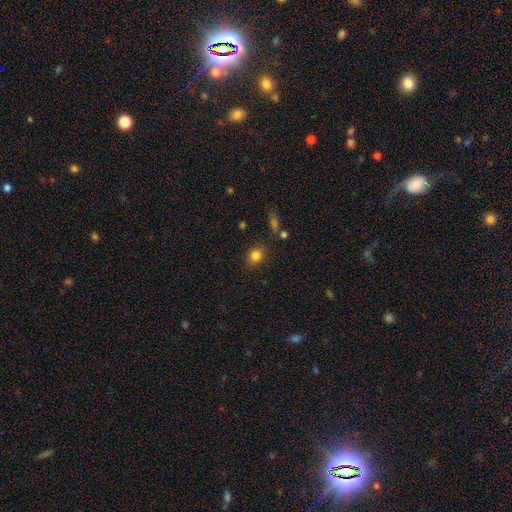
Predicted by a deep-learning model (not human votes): Morphology: type=smooth (83%); roundness=round (76%); merging=none (84%).